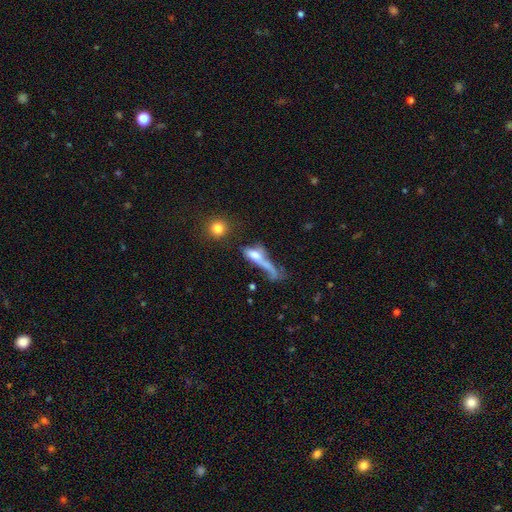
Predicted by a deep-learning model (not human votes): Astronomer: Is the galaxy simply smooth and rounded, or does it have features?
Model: smooth — 50% (runner-up: featured or disk, 40%).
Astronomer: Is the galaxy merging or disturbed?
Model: major disturbance — 41% (runner-up: merger, 25%).